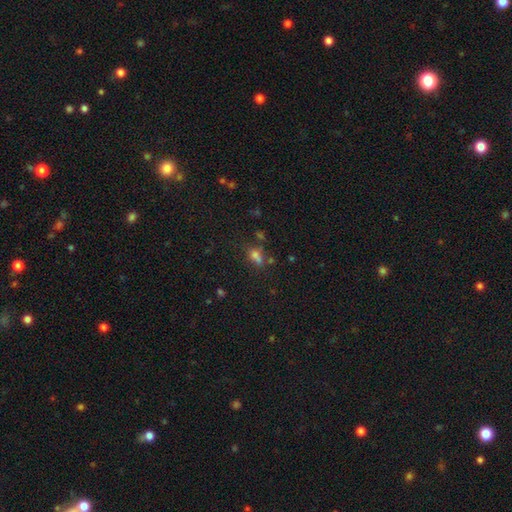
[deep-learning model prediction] This is likely a smooth galaxy (62%). How rounded: possibly in between (57%). Merging: marginally none (44%).